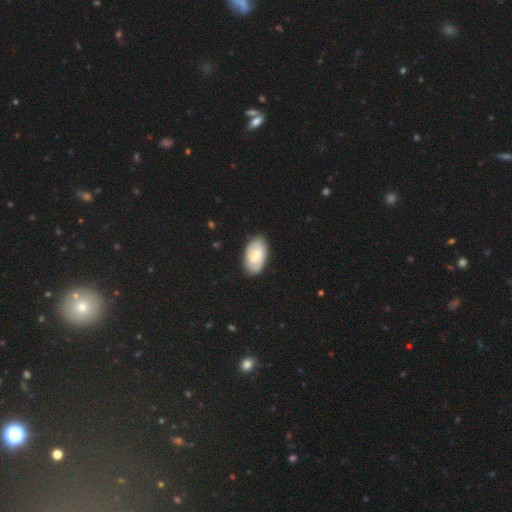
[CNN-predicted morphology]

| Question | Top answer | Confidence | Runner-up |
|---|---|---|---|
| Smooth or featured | featured or disk | 49% | smooth (45%) |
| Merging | none | 84% | minor disturbance (12%) |